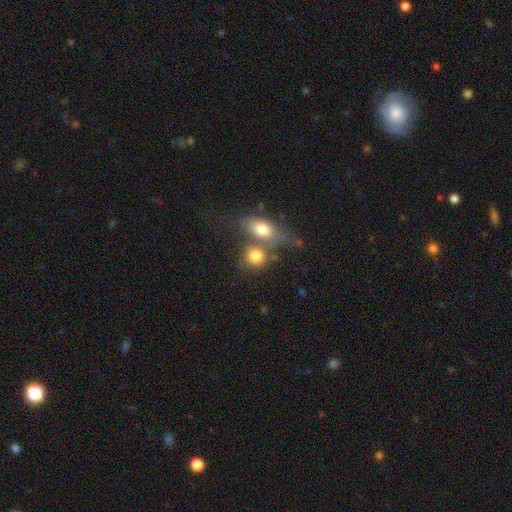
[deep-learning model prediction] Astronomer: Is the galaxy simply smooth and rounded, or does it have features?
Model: smooth — 78%.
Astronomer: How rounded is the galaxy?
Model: round — 61% (runner-up: in between, 37%).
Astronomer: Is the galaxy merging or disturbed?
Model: merger — 49% (runner-up: none, 36%).